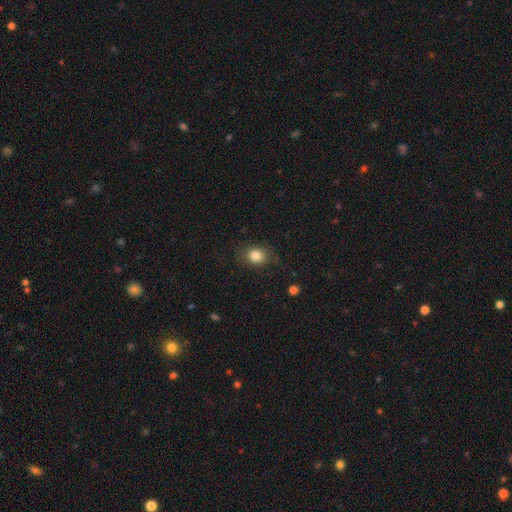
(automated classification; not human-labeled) Smooth or featured? smooth (83%)
How rounded? round (55%)
Merging? none (77%)